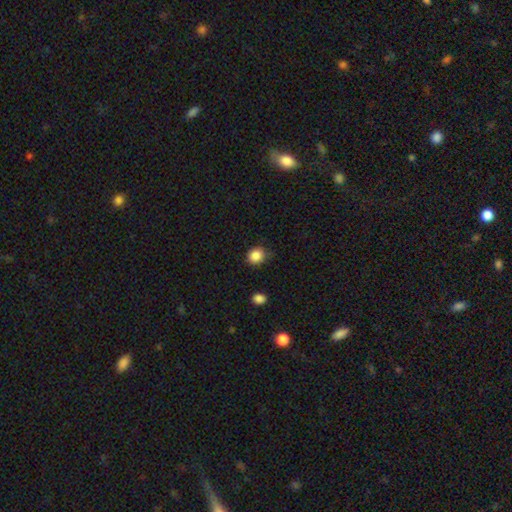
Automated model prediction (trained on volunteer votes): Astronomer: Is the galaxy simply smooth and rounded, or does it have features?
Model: smooth — 86%.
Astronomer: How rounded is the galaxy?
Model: round — 81%.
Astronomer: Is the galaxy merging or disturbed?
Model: none — 78%.